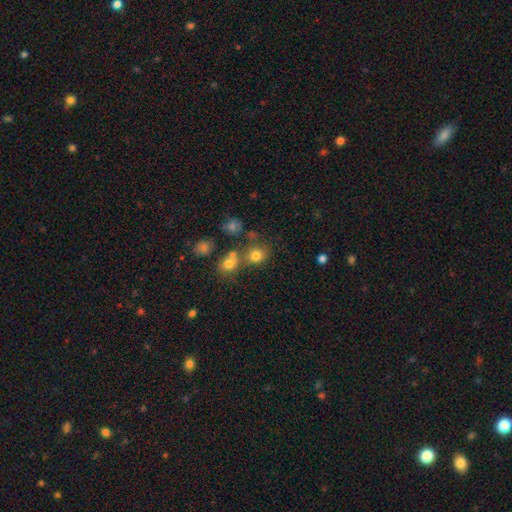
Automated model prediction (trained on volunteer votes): Overall: smooth (74%). How rounded: round (77%). Merging: none (60%; merger 25%).